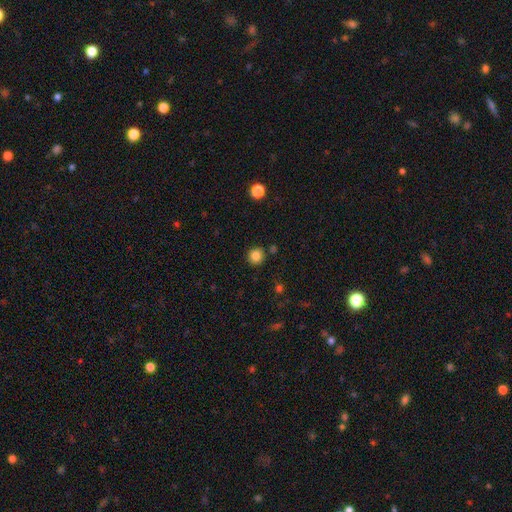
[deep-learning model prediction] Overall: smooth (83%). How rounded: round (93%). Merging: none (88%).